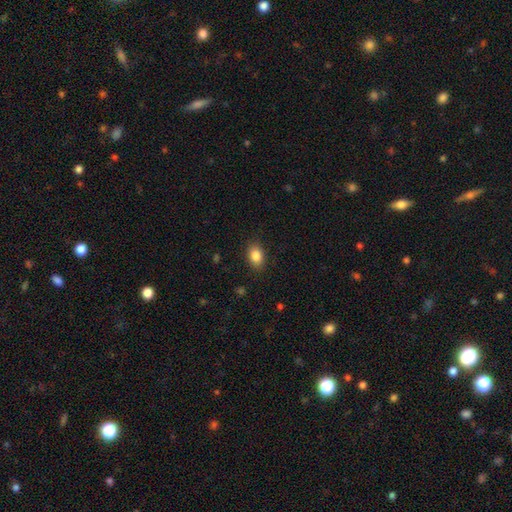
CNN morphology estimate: A smooth galaxy with no disk features (86%) that is in between round and cigar-shaped (79%). Merging: none (87%).